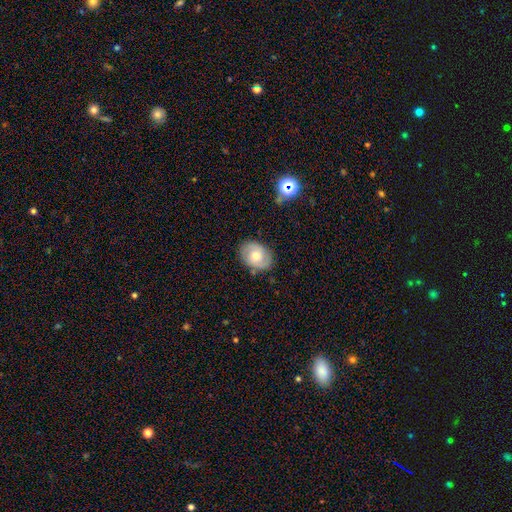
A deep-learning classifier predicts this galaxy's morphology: This is possibly a featured or disk galaxy (48%). Merging: clearly none (81%).